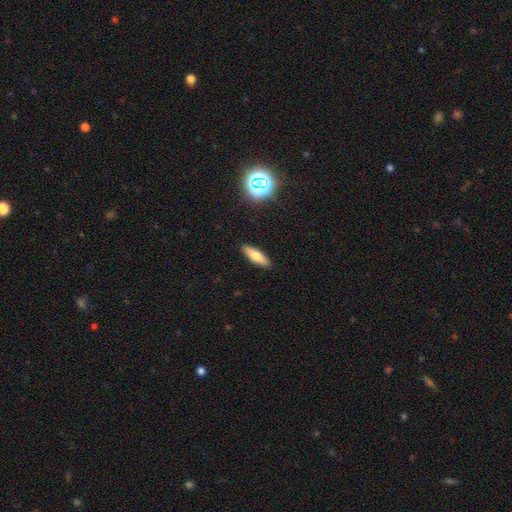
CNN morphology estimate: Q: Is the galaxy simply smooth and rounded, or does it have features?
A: smooth — 65%.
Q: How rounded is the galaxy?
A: cigar-shaped — 53%.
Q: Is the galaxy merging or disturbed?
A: none — 89%.